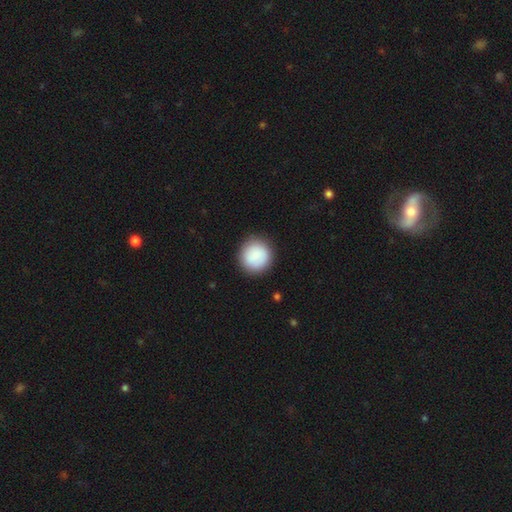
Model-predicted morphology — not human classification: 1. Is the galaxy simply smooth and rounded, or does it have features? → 84% smooth, 9% featured or disk, 6% star or artifact.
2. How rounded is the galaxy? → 94% round, 5% in between, 1% cigar-shaped.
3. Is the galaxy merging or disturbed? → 89% none, 8% minor disturbance, 2% major disturbance, 1% merger.